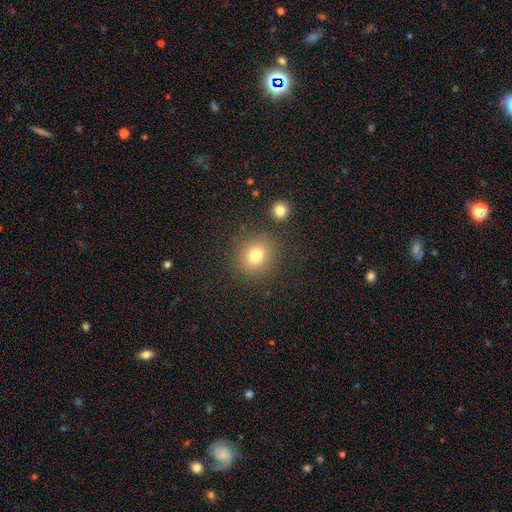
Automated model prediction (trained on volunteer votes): A smooth galaxy with no disk features (77%) that is round (82%).

Vote fractions:
- Smooth or featured? smooth: 77% / star or artifact: 14% / featured or disk: 9%
- How rounded? round: 82% / in between: 17% / cigar-shaped: 1%
- Merging? none: 82% / minor disturbance: 9% / merger: 5% / major disturbance: 4%